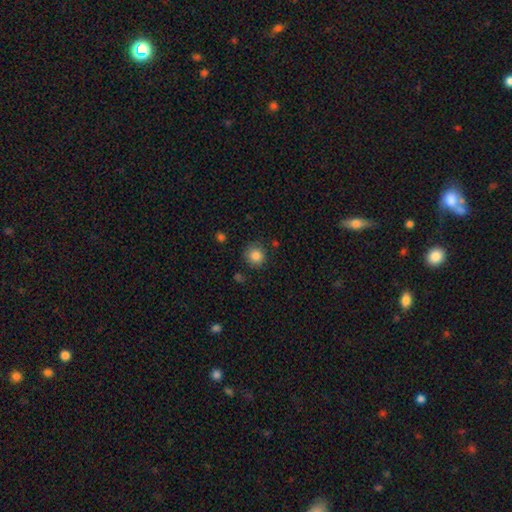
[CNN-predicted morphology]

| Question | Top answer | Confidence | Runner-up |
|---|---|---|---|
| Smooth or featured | smooth | 86% | star or artifact (10%) |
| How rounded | round | 91% | in between (8%) |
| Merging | none | 81% | minor disturbance (12%) |